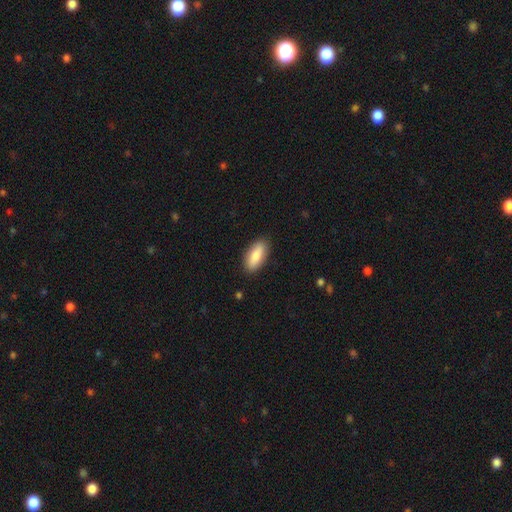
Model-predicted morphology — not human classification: A smooth galaxy with no disk features (82%) that is in between round and cigar-shaped (80%).

Vote fractions:
- Smooth or featured? smooth: 82% / featured or disk: 12% / star or artifact: 6%
- How rounded? in between: 80% / cigar-shaped: 18% / round: 2%
- Merging? none: 88% / minor disturbance: 9% / major disturbance: 2% / merger: 1%